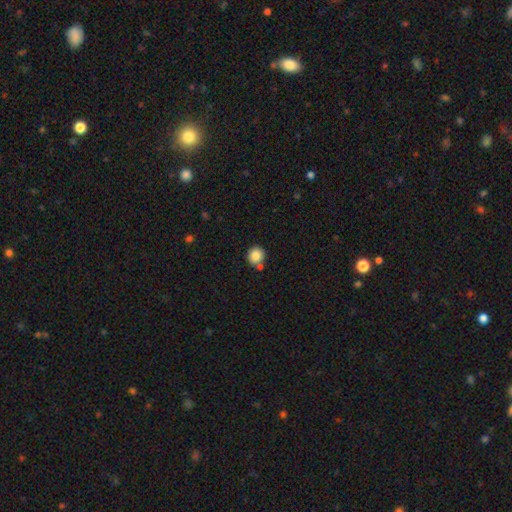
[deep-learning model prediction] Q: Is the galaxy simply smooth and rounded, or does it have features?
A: smooth — 84%.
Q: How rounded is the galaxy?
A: round — 89%.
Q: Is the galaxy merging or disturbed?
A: none — 70%.